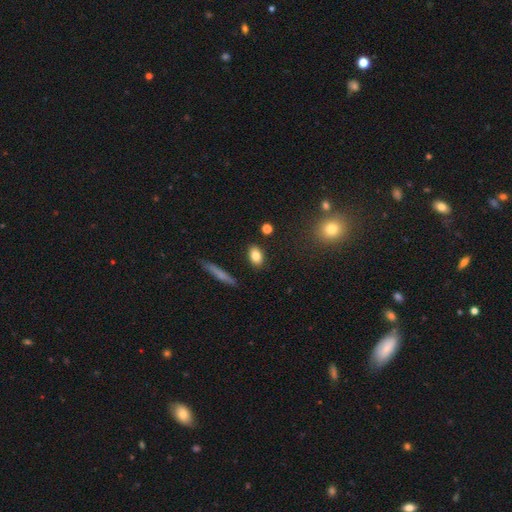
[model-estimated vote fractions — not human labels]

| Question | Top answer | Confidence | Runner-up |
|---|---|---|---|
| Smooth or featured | smooth | 82% | featured or disk (9%) |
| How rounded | in between | 81% | round (15%) |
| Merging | none | 86% | minor disturbance (9%) |